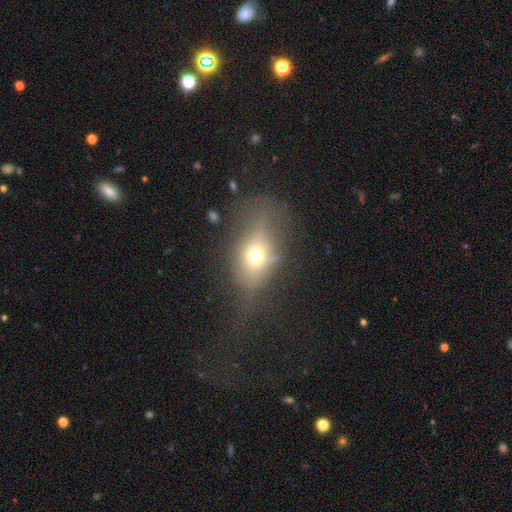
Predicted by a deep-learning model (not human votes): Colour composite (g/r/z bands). It shows a smooth galaxy with no disk features (57%) that is in between round and cigar-shaped (68%). Merging: none (37%).